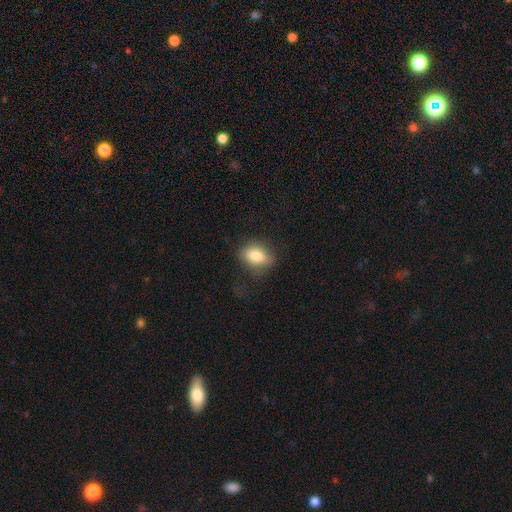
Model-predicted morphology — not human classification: type=smooth (83%); roundness=in between (81%); merging=none (68%).